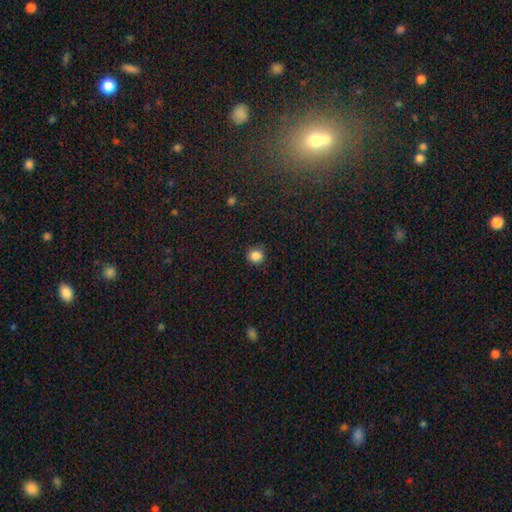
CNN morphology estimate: smooth_or_featured: smooth (p=0.86) [alt: star or artifact p=0.11]
how_rounded: round (p=0.90) [alt: in between p=0.09]
merging: none (p=0.89) [alt: minor disturbance p=0.08]